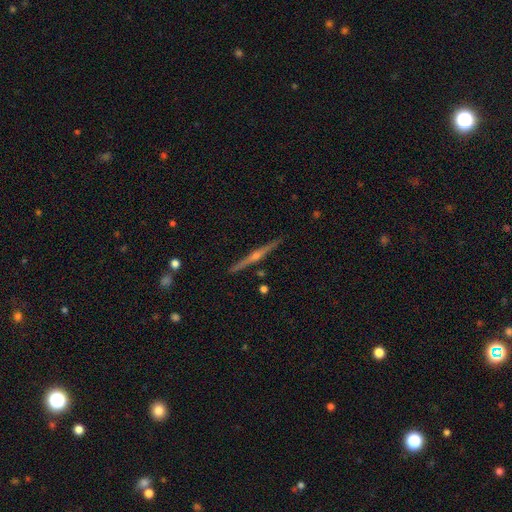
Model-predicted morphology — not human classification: Overall: featured or disk (82%). Edge-on disk: yes (98%). Edge-on bulge: rounded (87%). Merging: none (91%).